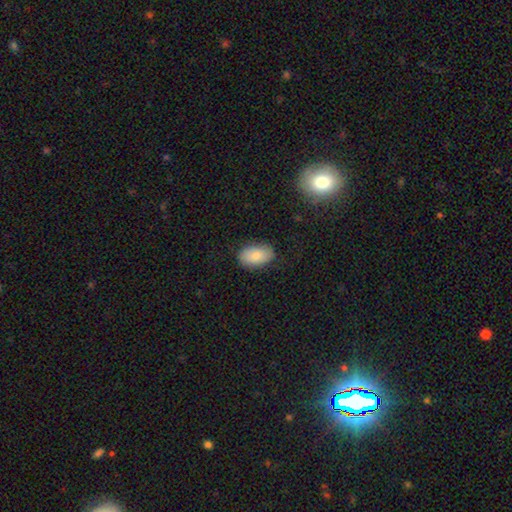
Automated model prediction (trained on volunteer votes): smooth-or-featured: smooth: 82% | featured or disk: 11% | star or artifact: 7%
  how-rounded: in between: 92% | round: 7% | cigar-shaped: 1%
  merging: none: 82% | minor disturbance: 14% | major disturbance: 3% | merger: 1%